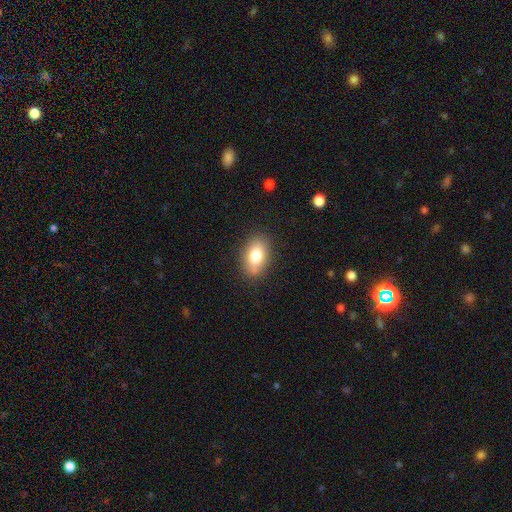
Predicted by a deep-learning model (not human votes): A smooth galaxy with no disk features (79%) that is in between round and cigar-shaped (88%). Merging: none (86%).